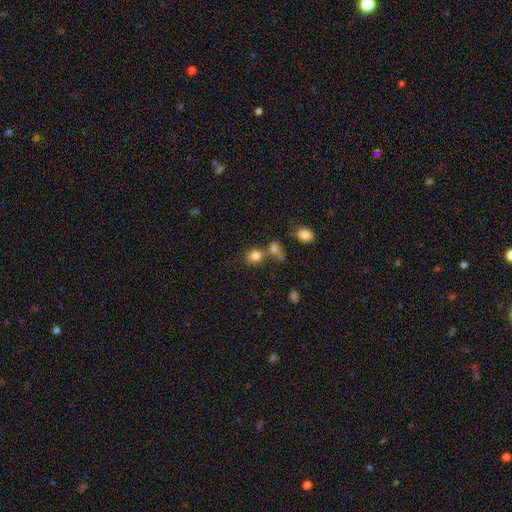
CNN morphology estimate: Smooth or featured? smooth (82%)
How rounded? round (64%)
Merging? none (52%)